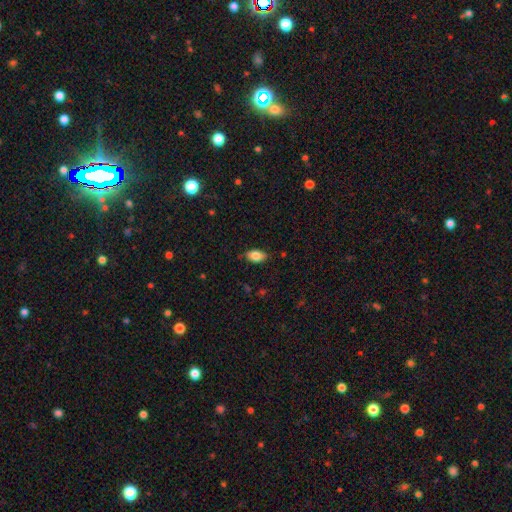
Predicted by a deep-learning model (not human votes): Q: Smooth or featured?
A: smooth (81%); runner-up: featured or disk (12%)
Q: How rounded?
A: in between (90%); runner-up: round (7%)
Q: Merging?
A: none (80%); runner-up: minor disturbance (16%)